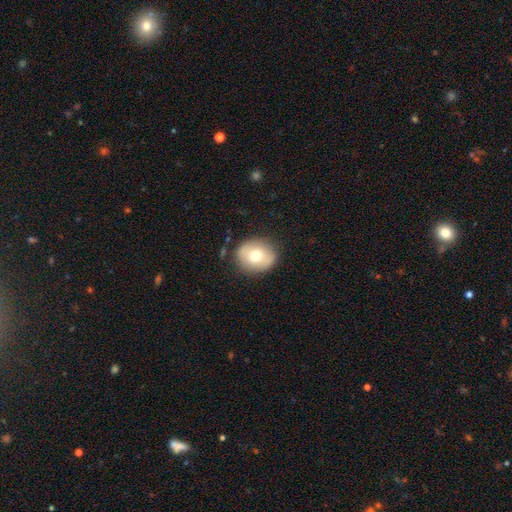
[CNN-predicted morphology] The model was most divided on "smooth or featured": smooth: 68%, featured or disk: 23%, star or artifact: 9%. More confident: merging — none (84%); how rounded — round (73%).